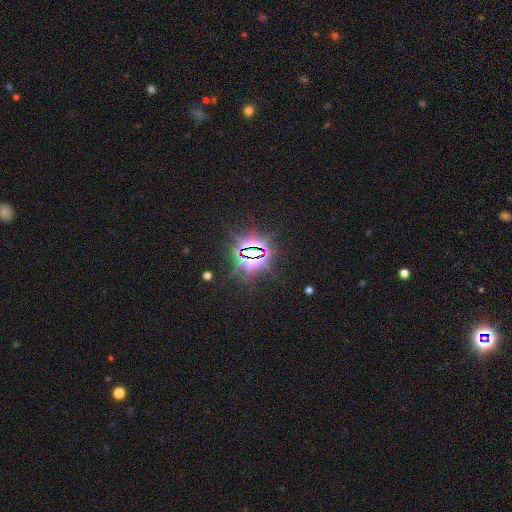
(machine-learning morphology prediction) A star or artifact, not a galaxy (84%).

Vote fractions:
- Smooth or featured? star or artifact: 84% / smooth: 9% / featured or disk: 7%